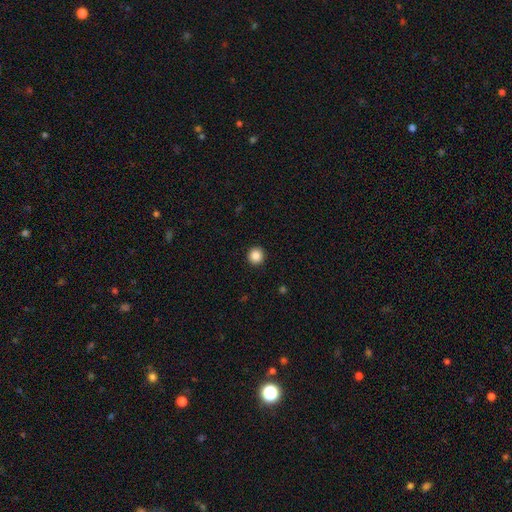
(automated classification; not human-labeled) smooth-or-featured: smooth: 87% | star or artifact: 10% | featured or disk: 3%
  how-rounded: round: 94% | in between: 5% | cigar-shaped: 1%
  merging: none: 93% | minor disturbance: 4% | major disturbance: 2% | merger: 1%